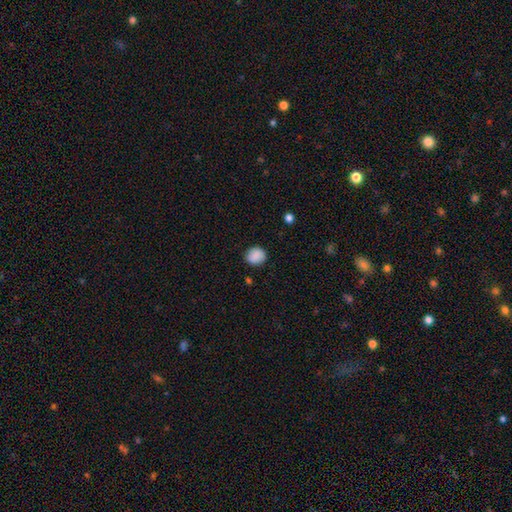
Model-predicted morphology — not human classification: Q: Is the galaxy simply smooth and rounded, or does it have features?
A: smooth — 87%.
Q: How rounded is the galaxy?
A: round — 77%.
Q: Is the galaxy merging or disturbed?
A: none — 82%.